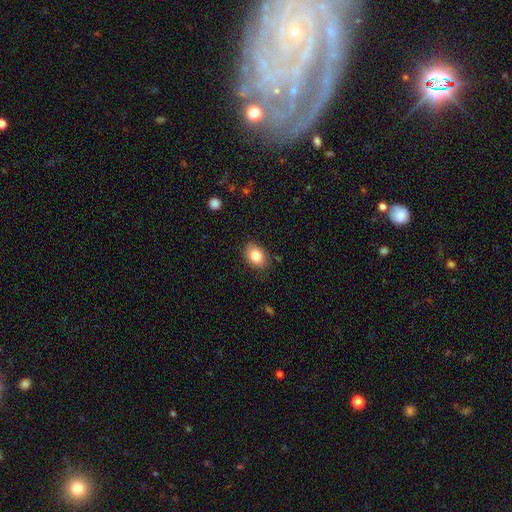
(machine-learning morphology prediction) smooth_or_featured: smooth (p=0.84) [alt: star or artifact p=0.08]
how_rounded: in between (p=0.73) [alt: round p=0.26]
merging: none (p=0.83) [alt: minor disturbance p=0.13]